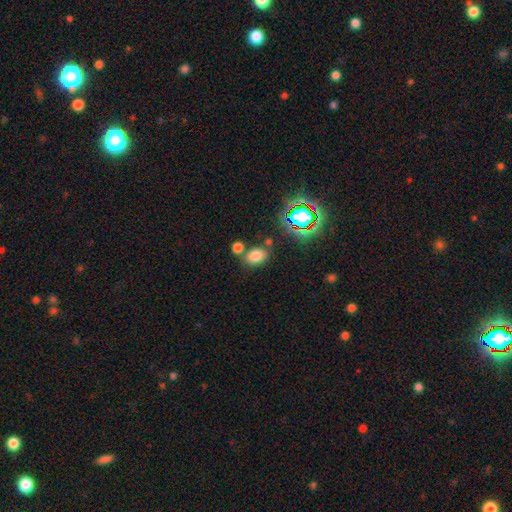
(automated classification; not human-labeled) Smooth or featured? smooth (76%)
How rounded? in between (75%)
Merging? none (69%)